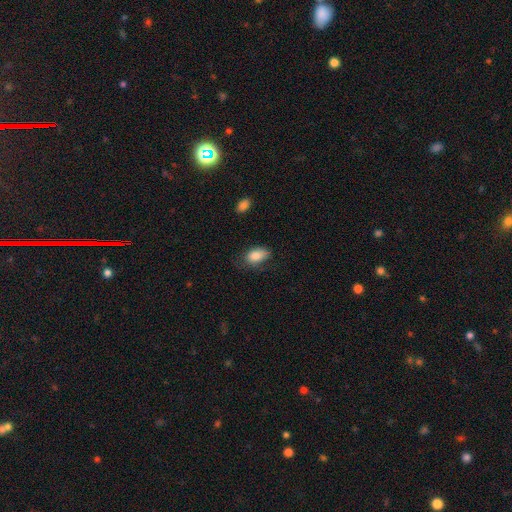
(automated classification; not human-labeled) A smooth galaxy with no disk features (85%) that is in between round and cigar-shaped (91%).

Vote fractions:
- Smooth or featured? smooth: 85% / star or artifact: 7% / featured or disk: 7%
- How rounded? in between: 91% / round: 7% / cigar-shaped: 2%
- Merging? none: 64% / minor disturbance: 27% / major disturbance: 8% / merger: 2%